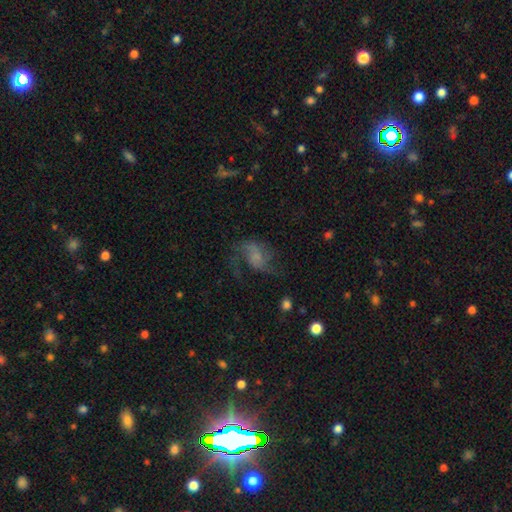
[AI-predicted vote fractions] Smooth or featured?
  - featured or disk: 61% *
  - smooth: 26%
  - star or artifact: 13%
Edge-on disk?
  - no: 97% *
  - yes: 3%
Bar?
  - no: 63% *
  - weak: 31%
  - strong: 7%
Spiral arms?
  - yes: 84% *
  - no: 16%
Spiral winding?
  - loose: 57% *
  - medium: 34%
  - tight: 9%
Spiral arm count?
  - 2: 58% *
  - 1: 15%
  - can't tell: 13%
  - 3: 9%
  - 4: 3%
  - more than 4: 3%
Bulge size?
  - none: 44% *
  - small: 33%
  - moderate: 15%
  - large: 6%
  - dominant: 2%
Merging?
  - none: 44% *
  - major disturbance: 34%
  - minor disturbance: 19%
  - merger: 2%